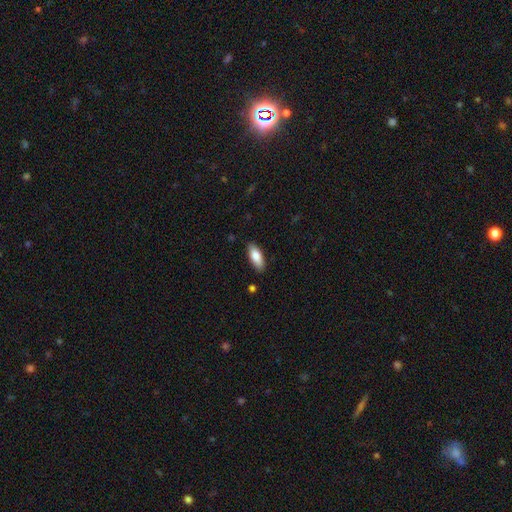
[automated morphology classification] type=smooth (81%); roundness=in between (76%); merging=none (86%).